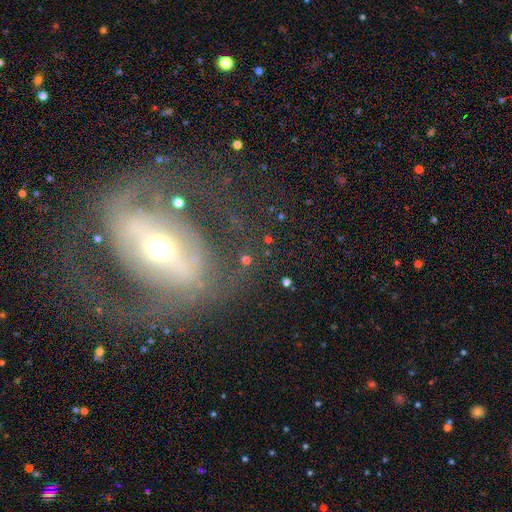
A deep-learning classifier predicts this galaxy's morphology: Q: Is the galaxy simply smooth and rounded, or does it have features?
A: featured or disk — 79%.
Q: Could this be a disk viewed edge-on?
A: no — 92%.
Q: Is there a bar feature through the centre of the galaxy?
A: strong — 58%.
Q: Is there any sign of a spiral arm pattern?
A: yes — 70%.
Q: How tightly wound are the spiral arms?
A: medium — 45%.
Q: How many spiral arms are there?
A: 2 — 78%.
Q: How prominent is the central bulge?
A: moderate — 62%.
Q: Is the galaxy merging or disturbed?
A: none — 63%.